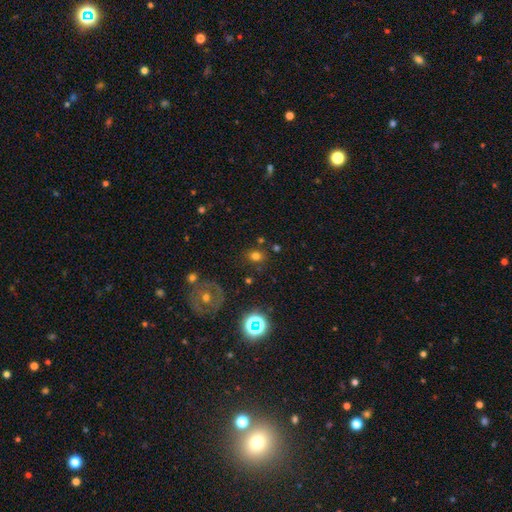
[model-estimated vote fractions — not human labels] The model was most divided on "how rounded": round: 52%, in between: 46%, cigar-shaped: 1%. More confident: merging — none (77%); smooth or featured — smooth (65%).